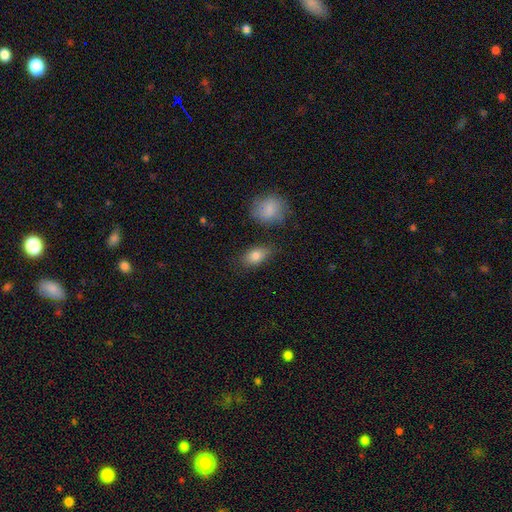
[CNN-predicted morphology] smooth 83%, featured or disk 9%, star or artifact 8%. Down the decision tree: how rounded — in between (87%); merging — none (74%).